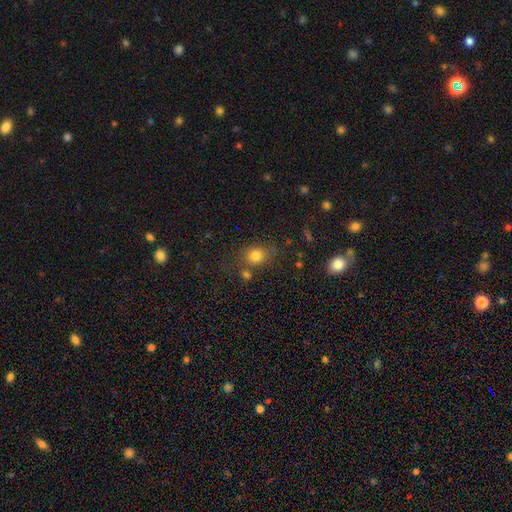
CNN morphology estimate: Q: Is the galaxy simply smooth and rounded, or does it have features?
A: smooth — 80%.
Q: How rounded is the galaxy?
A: round — 64%.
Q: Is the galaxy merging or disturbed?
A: none — 66%.